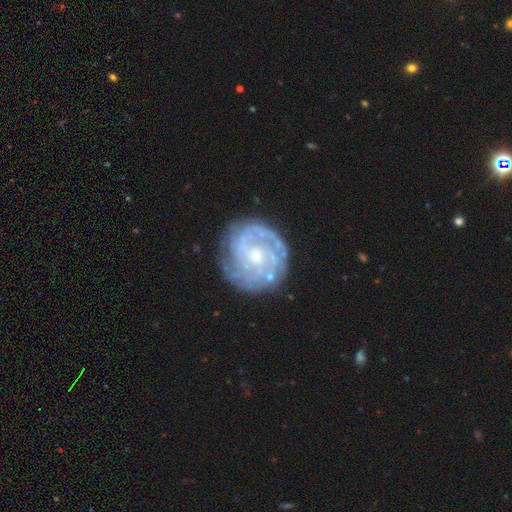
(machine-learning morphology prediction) A featured or disk galaxy (83%) with no bar (66%), tight (67%) spiral arms (91%) and a small central bulge (54%).

Vote fractions:
- Smooth or featured? featured or disk: 83% / smooth: 11% / star or artifact: 6%
- Edge-on disk? no: 98% / yes: 2%
- Bar? no: 66% / weak: 28% / strong: 5%
- Spiral arms? yes: 91% / no: 9%
- Spiral winding? tight: 67% / medium: 25% / loose: 7%
- Spiral arm count? can't tell: 36% / 2: 23% / 3: 20% / 4: 9% / 1: 6% / more than 4: 6%
- Bulge size? small: 54% / moderate: 41% / none: 2% / large: 2% / dominant: 1%
- Merging? none: 76% / minor disturbance: 15% / major disturbance: 6% / merger: 2%